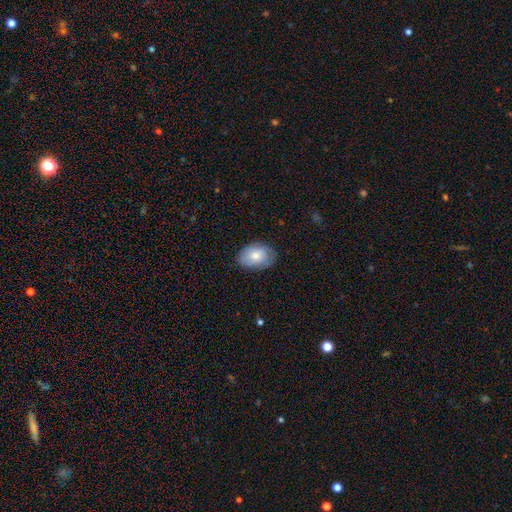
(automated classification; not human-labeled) This appears to be a smooth galaxy with no disk features (73%) that is in between round and cigar-shaped (83%). Merging: none (75%).